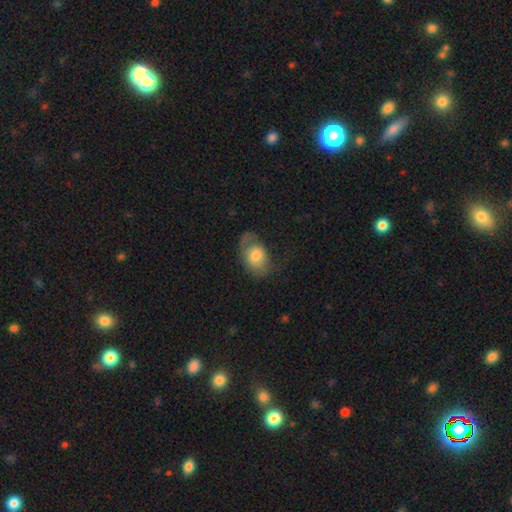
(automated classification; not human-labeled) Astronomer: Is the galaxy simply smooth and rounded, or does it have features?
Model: smooth — 64%.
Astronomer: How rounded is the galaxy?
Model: in between — 76%.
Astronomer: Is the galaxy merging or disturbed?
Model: none — 42% (runner-up: minor disturbance, 28%).